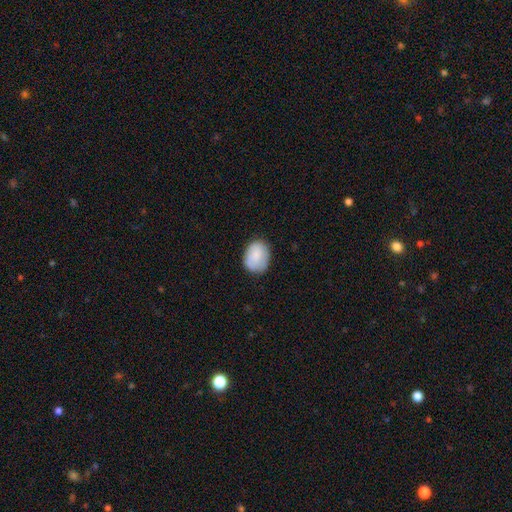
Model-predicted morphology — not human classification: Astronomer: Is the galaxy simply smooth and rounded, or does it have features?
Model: smooth — 84%.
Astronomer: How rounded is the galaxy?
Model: in between — 64%.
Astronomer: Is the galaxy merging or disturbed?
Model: none — 74%.